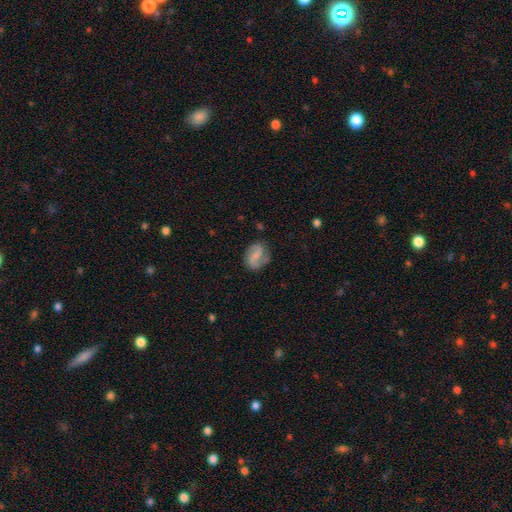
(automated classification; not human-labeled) Smooth or featured? Predicted: featured or disk (p=0.75). Edge-on disk? Predicted: no (p=0.98). Bar? Predicted: weak (p=0.45). Spiral arms? Predicted: yes (p=0.95). Spiral winding? Predicted: medium (p=0.43). Spiral arm count? Predicted: 2 (p=0.91). Bulge size? Predicted: none (p=0.44). Merging? Predicted: none (p=0.78).